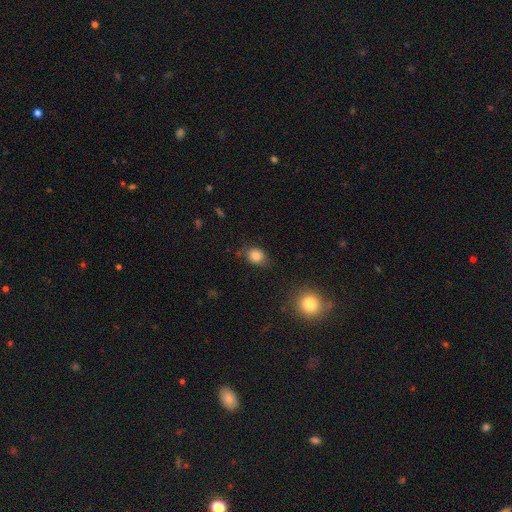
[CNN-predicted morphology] Smooth or featured? smooth (83%)
How rounded? round (56%)
Merging? none (71%)